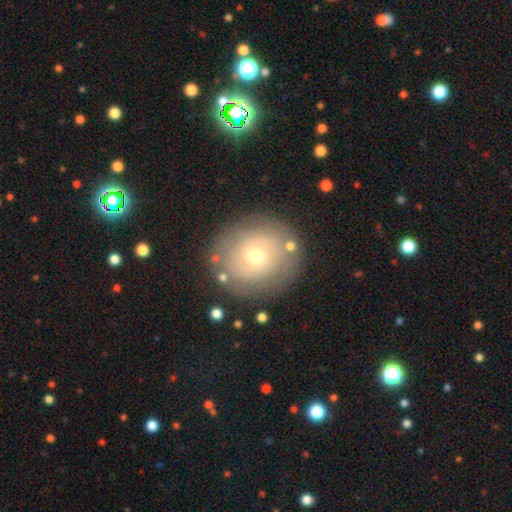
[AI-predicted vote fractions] This appears to be a smooth galaxy with no disk features (52%) that is round (85%). Merging: none (81%).